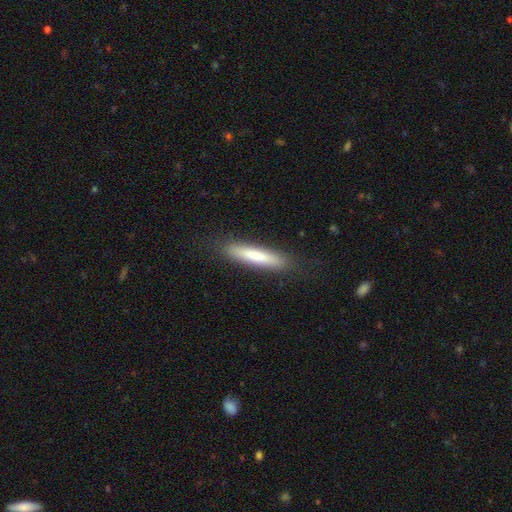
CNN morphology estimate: smooth-or-featured: smooth: 76% | featured or disk: 18% | star or artifact: 6%
  how-rounded: cigar-shaped: 90% | in between: 9% | round: 1%
  merging: none: 87% | minor disturbance: 9% | major disturbance: 2% | merger: 1%